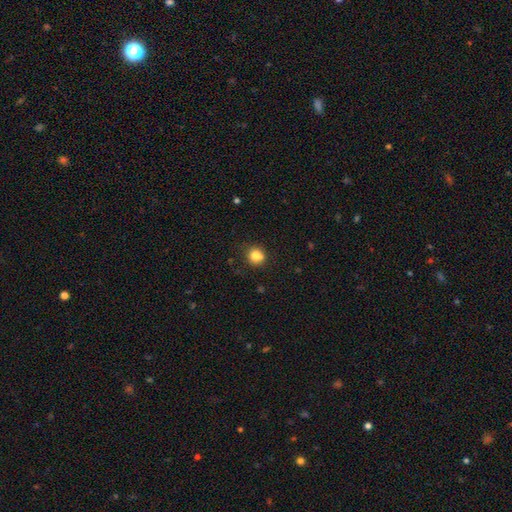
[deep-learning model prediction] smooth-or-featured: smooth: 79% | star or artifact: 11% | featured or disk: 9%
  how-rounded: round: 84% | in between: 15% | cigar-shaped: 1%
  merging: none: 68% | minor disturbance: 15% | merger: 12% | major disturbance: 4%